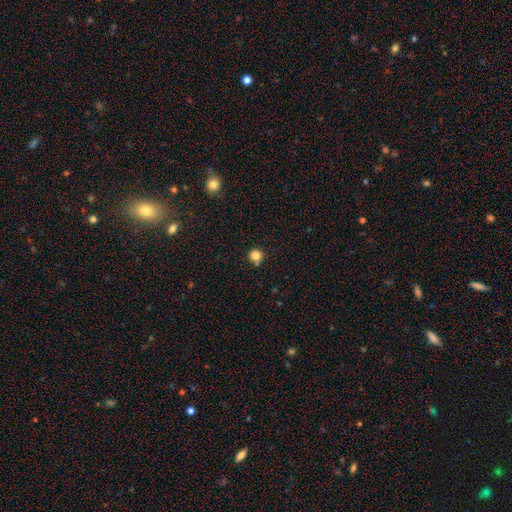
smooth 92%, star or artifact 5%, featured or disk 3%. Down the decision tree: how rounded — round (100%); merging — none (89%).